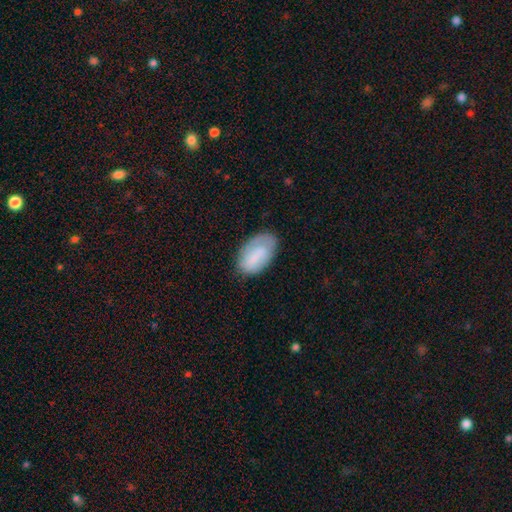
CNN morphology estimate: Overall: smooth (72%). How rounded: in between (94%). Merging: none (68%).